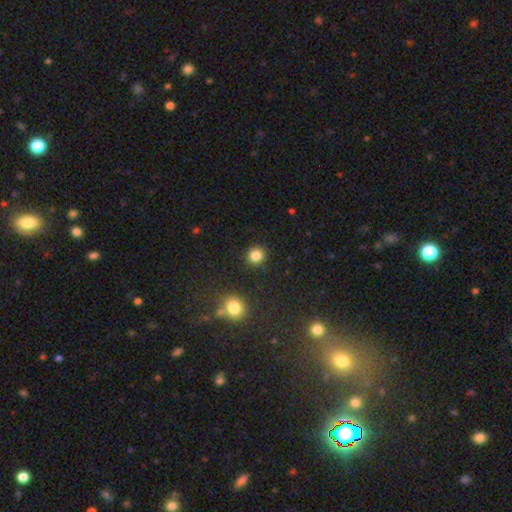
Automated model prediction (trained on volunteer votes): Smooth or featured? smooth (85%)
How rounded? round (89%)
Merging? none (90%)